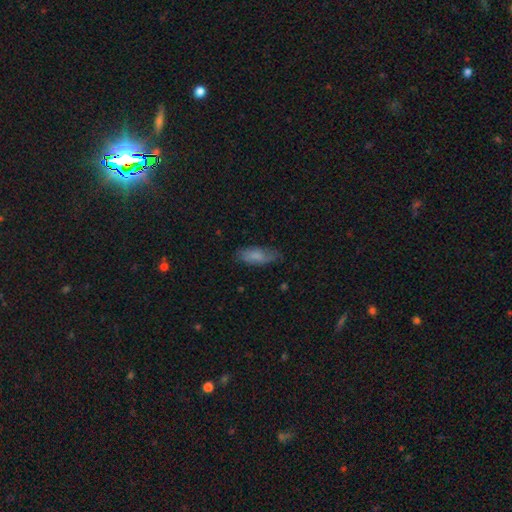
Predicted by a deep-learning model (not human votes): A smooth galaxy with no disk features (79%) that is in between round and cigar-shaped (72%).

Vote fractions:
- Smooth or featured? smooth: 79% / featured or disk: 14% / star or artifact: 7%
- How rounded? in between: 72% / cigar-shaped: 26% / round: 2%
- Merging? none: 71% / minor disturbance: 22% / major disturbance: 5% / merger: 1%